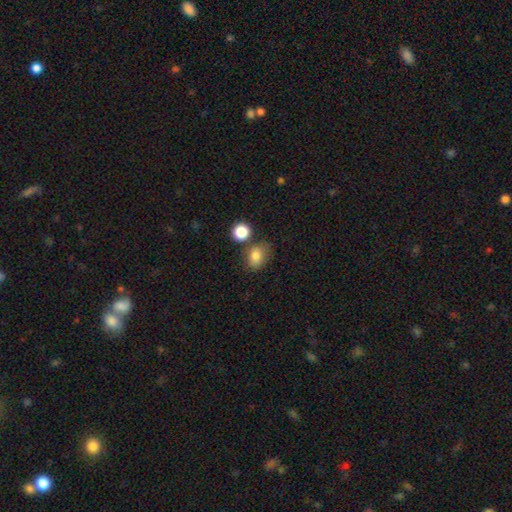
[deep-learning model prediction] smooth-or-featured: smooth: 82% | star or artifact: 11% | featured or disk: 8%
  how-rounded: in between: 60% | round: 38% | cigar-shaped: 1%
  merging: none: 62% | minor disturbance: 18% | merger: 14% | major disturbance: 6%